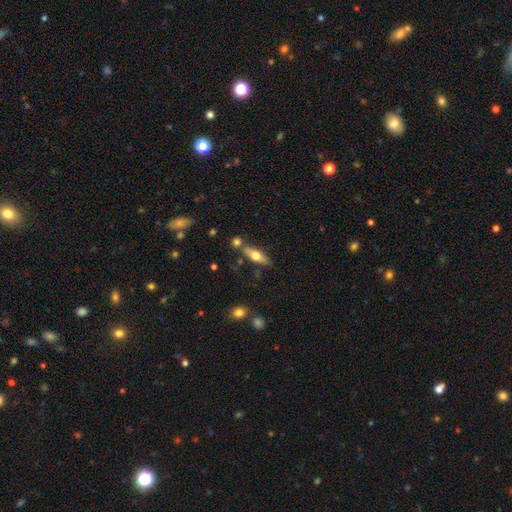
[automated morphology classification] Smooth or featured? Predicted: smooth (p=0.60). How rounded? Predicted: in between (p=0.59). Merging? Predicted: none (p=0.67).